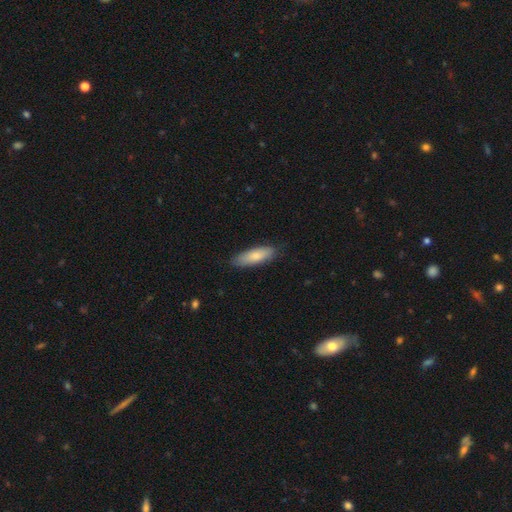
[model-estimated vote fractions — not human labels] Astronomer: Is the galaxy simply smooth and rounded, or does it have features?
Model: smooth — 81%.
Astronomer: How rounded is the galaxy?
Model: cigar-shaped — 53% (runner-up: in between, 45%).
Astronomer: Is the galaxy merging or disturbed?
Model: none — 84%.